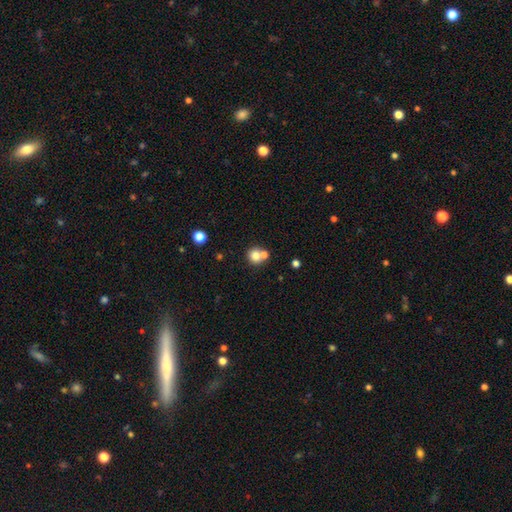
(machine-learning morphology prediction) A smooth galaxy with no disk features (76%) that is round (86%).

Vote fractions:
- Smooth or featured? smooth: 76% / featured or disk: 13% / star or artifact: 11%
- How rounded? round: 86% / in between: 13% / cigar-shaped: 1%
- Merging? none: 47% / merger: 43% / minor disturbance: 7% / major disturbance: 3%